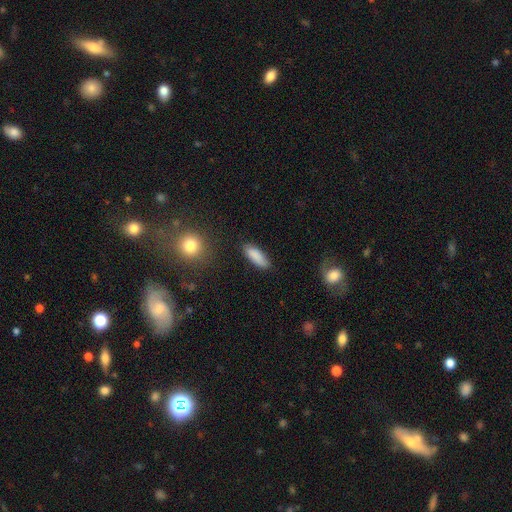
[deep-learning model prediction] Overall: smooth (87%). How rounded: in between (60%; cigar-shaped 38%). Merging: none (82%).